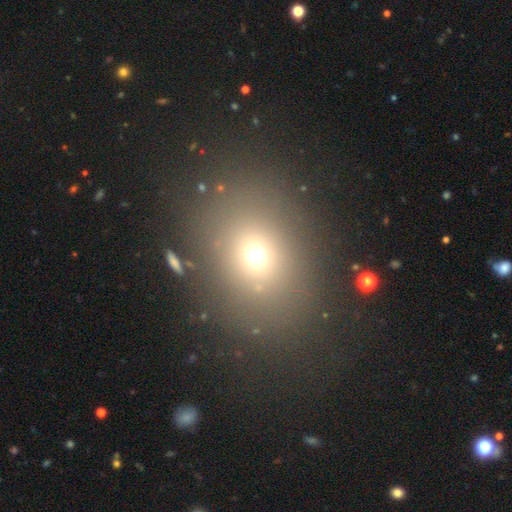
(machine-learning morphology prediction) Smooth or featured? Predicted: smooth (p=0.66). How rounded? Predicted: round (p=0.55). Merging? Predicted: none (p=0.80).